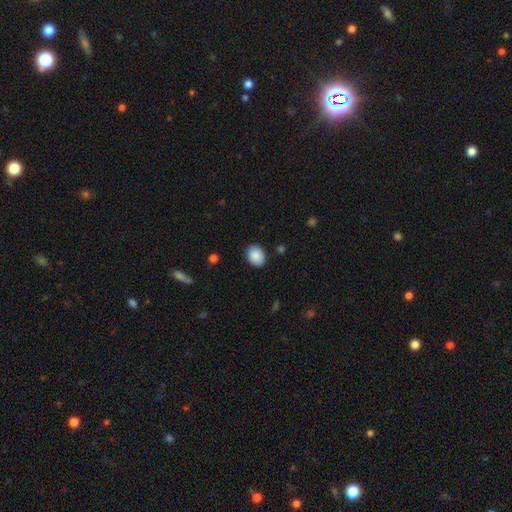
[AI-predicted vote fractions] Smooth or featured? smooth (88%)
How rounded? in between (64%)
Merging? none (87%)